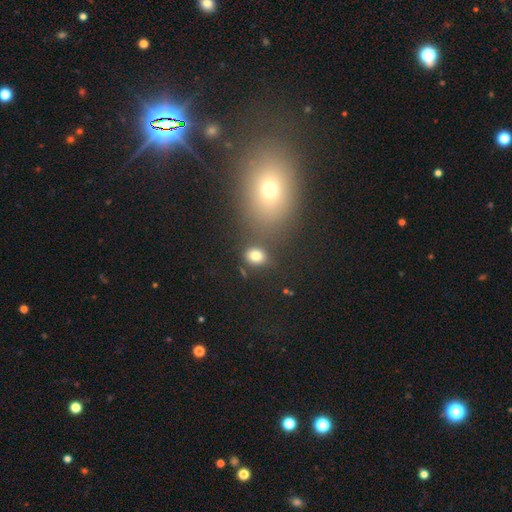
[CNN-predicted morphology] Smooth or featured?
  - smooth: 79% *
  - star or artifact: 14%
  - featured or disk: 7%
How rounded?
  - in between: 57% *
  - round: 42%
  - cigar-shaped: 1%
Merging?
  - none: 74% *
  - minor disturbance: 12%
  - merger: 10%
  - major disturbance: 5%